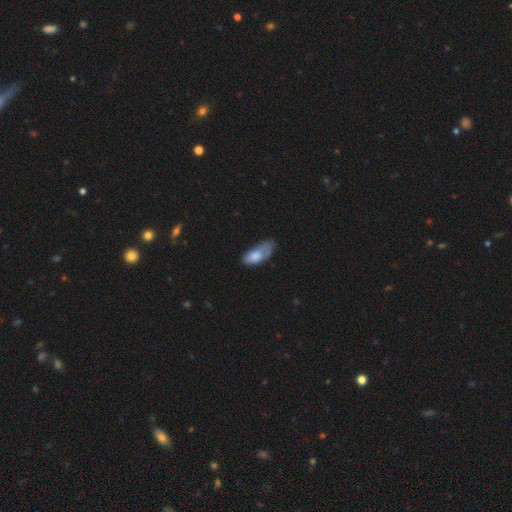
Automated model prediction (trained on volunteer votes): Morphology: type=smooth (71%); roundness=in between (83%); merging=minor disturbance (38%).